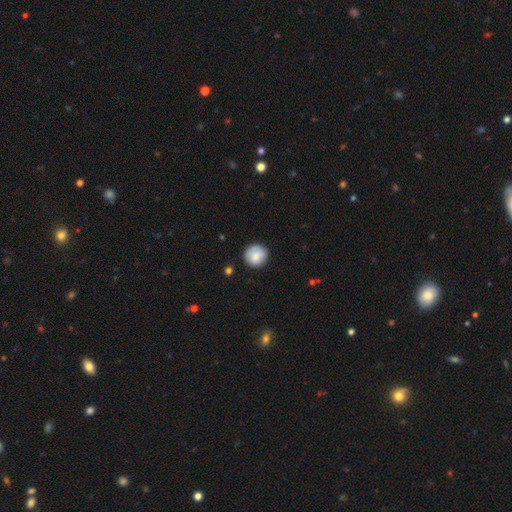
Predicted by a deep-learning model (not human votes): A smooth galaxy with no disk features (82%) that is round (92%).

Vote fractions:
- Smooth or featured? smooth: 82% / featured or disk: 11% / star or artifact: 7%
- How rounded? round: 92% / in between: 7% / cigar-shaped: 1%
- Merging? none: 82% / minor disturbance: 14% / major disturbance: 3% / merger: 2%